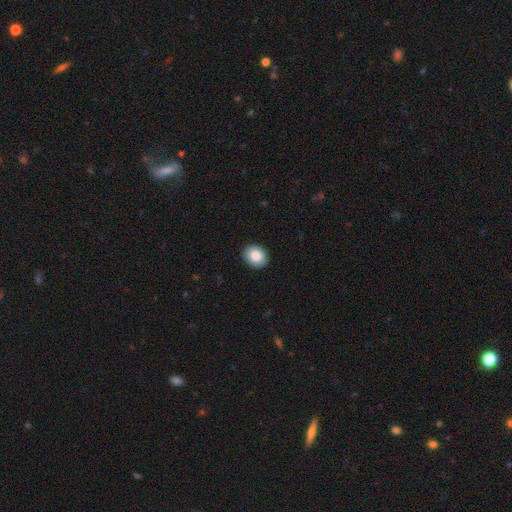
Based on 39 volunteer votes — smooth_or_featured: smooth (p=0.90) [alt: featured or disk p=0.10]
how_rounded: round (p=0.51) [alt: in between p=0.49]
merging: none (p=0.95) [alt: minor disturbance p=0.03]